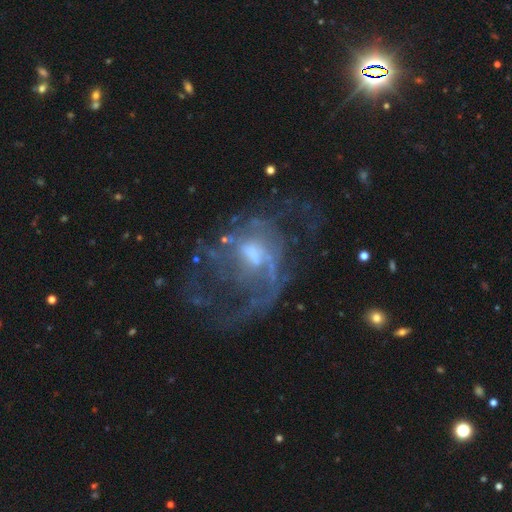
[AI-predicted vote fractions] The model was most divided on "merging": none: 41%, major disturbance: 40%, minor disturbance: 15%, merger: 4%. Remaining: edge-on disk — no (97%); smooth or featured — featured or disk (79%); spiral arms — yes (75%); bulge size — moderate (49%); bar — no (46%); spiral winding — loose (44%); spiral arm count — 2 (37%).